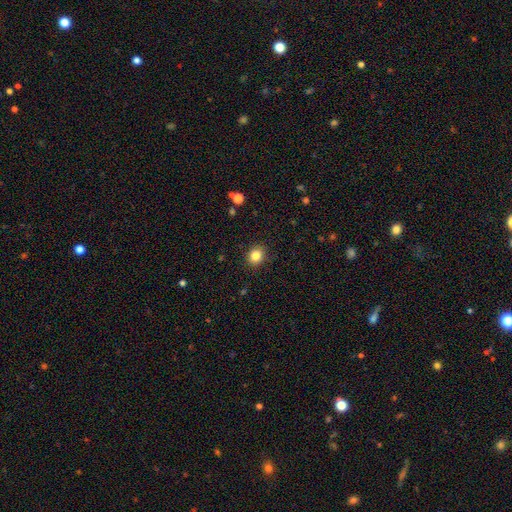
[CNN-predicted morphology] Smooth or featured? Predicted: smooth (p=0.83). How rounded? Predicted: round (p=0.76). Merging? Predicted: none (p=0.90).